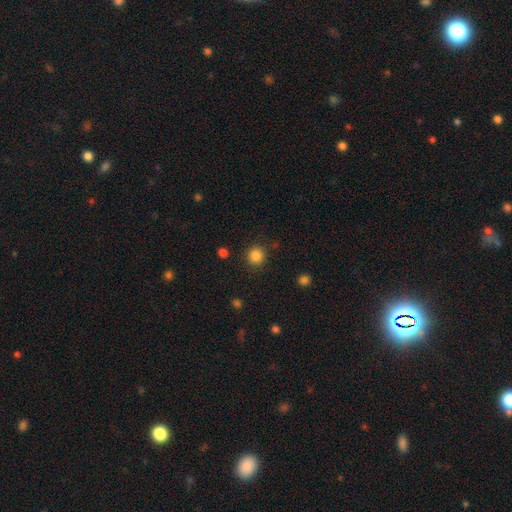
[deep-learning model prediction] Overall: smooth (85%). How rounded: round (93%). Merging: none (89%).